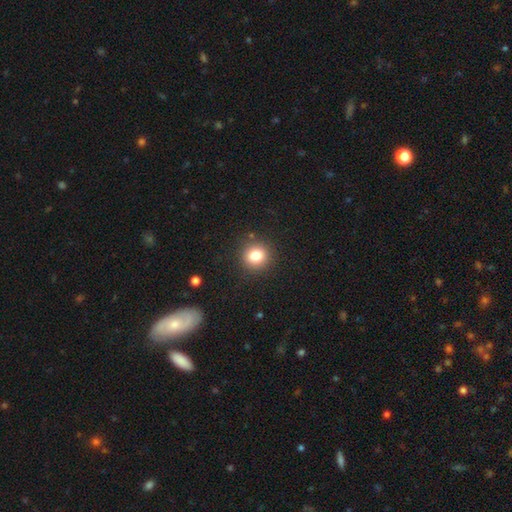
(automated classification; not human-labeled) Smooth or featured: smooth — 81% (star or artifact — 12%)
How rounded: round — 90% (in between — 10%)
Merging: none — 89% (minor disturbance — 7%)